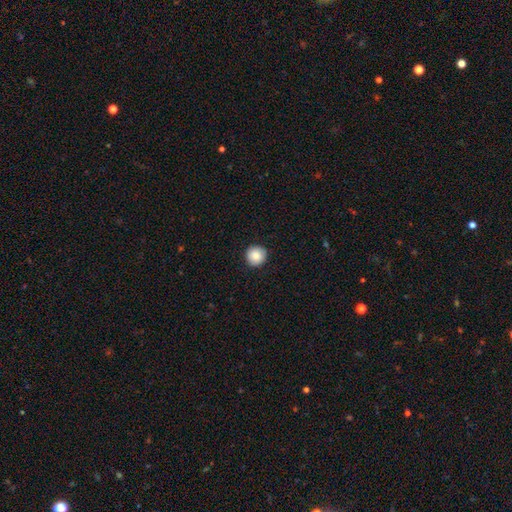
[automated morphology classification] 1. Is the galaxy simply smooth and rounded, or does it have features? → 87% smooth, 8% star or artifact, 5% featured or disk.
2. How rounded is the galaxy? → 94% round, 5% in between, 1% cigar-shaped.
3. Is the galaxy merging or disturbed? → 91% none, 6% minor disturbance, 2% major disturbance, 1% merger.